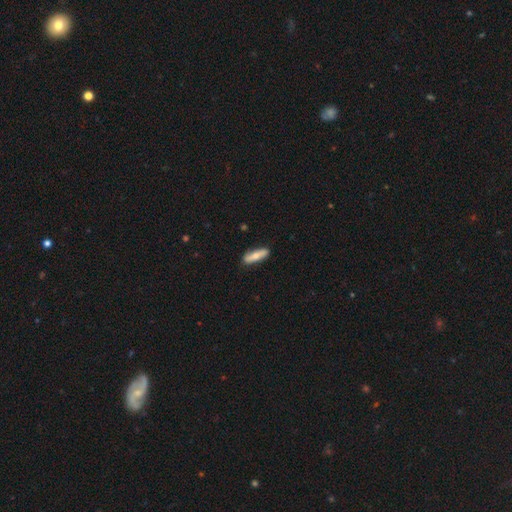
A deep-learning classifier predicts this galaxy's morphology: This appears to be a smooth galaxy with no disk features (65%) that is cigar-shaped (60%). Merging: none (85%).